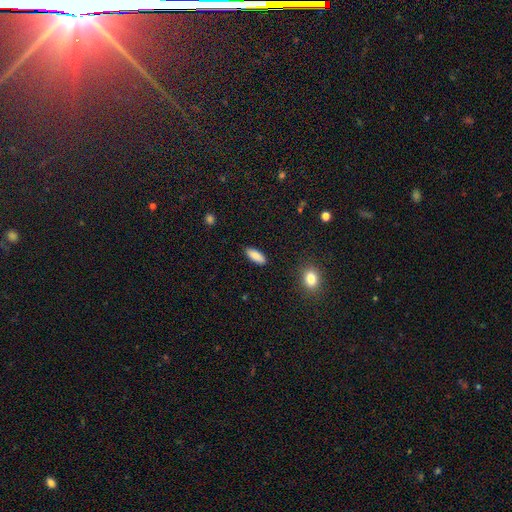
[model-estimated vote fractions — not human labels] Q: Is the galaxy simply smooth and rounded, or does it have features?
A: smooth — 88%.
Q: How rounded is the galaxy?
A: in between — 74%.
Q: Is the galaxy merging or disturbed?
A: none — 88%.